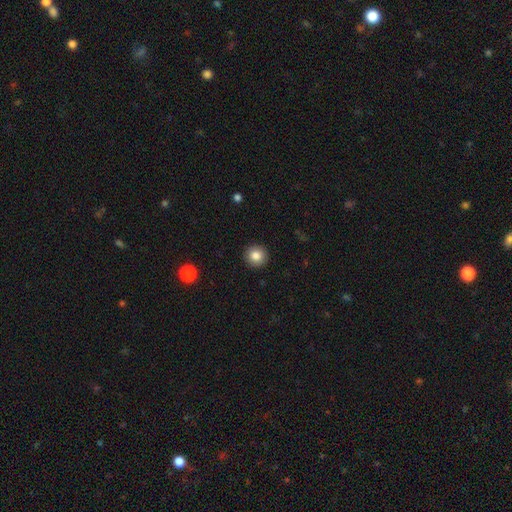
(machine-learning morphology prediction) A smooth galaxy with no disk features (84%) that is round (94%). Merging: none (93%).